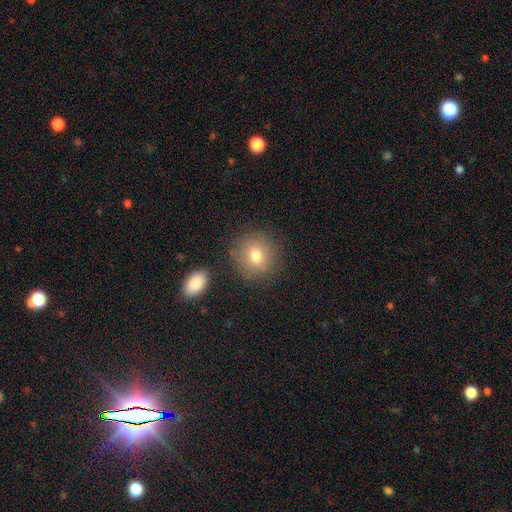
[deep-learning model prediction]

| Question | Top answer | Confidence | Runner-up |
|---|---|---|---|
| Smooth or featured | smooth | 77% | featured or disk (13%) |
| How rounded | round | 76% | in between (23%) |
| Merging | none | 82% | minor disturbance (11%) |